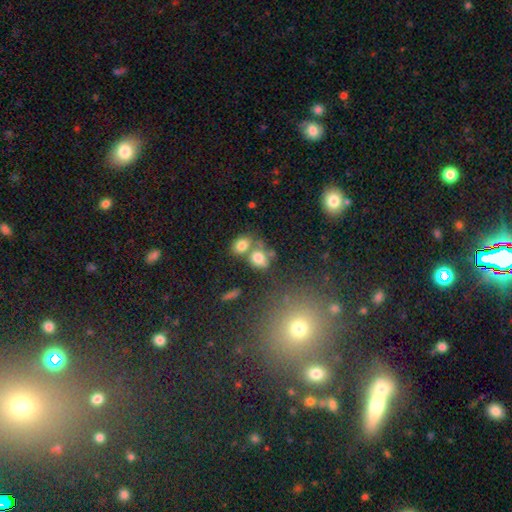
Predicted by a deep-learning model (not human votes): A smooth galaxy with no disk features (64%) that is in between round and cigar-shaped (50%).

Vote fractions:
- Smooth or featured? smooth: 64% / star or artifact: 22% / featured or disk: 14%
- How rounded? in between: 50% / round: 48% / cigar-shaped: 2%
- Merging? none: 52% / merger: 33% / minor disturbance: 10% / major disturbance: 5%